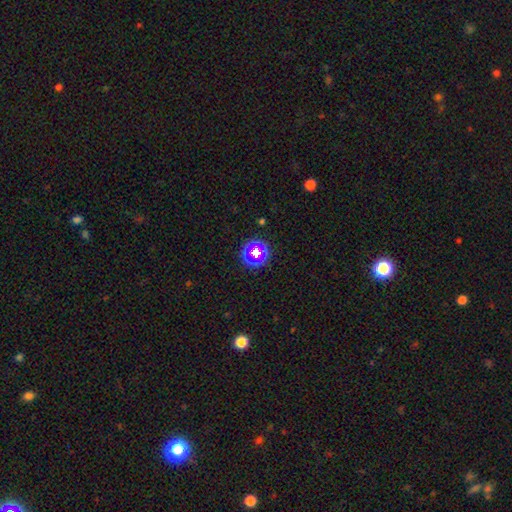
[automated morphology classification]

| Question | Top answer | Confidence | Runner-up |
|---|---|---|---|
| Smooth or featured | star or artifact | 45% | smooth (41%) |